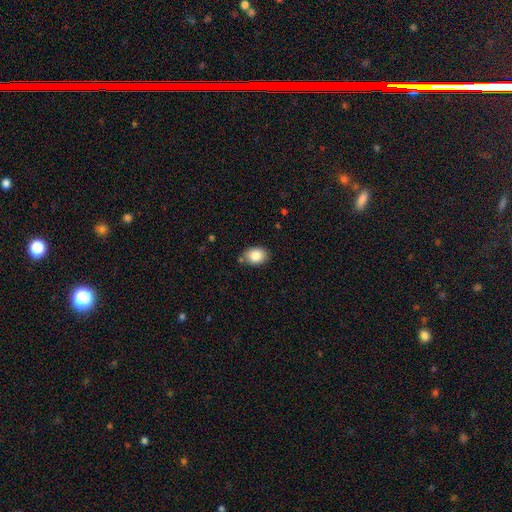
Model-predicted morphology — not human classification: This is clearly a smooth galaxy (85%). How rounded: likely in between (62%). Merging: likely none (80%).